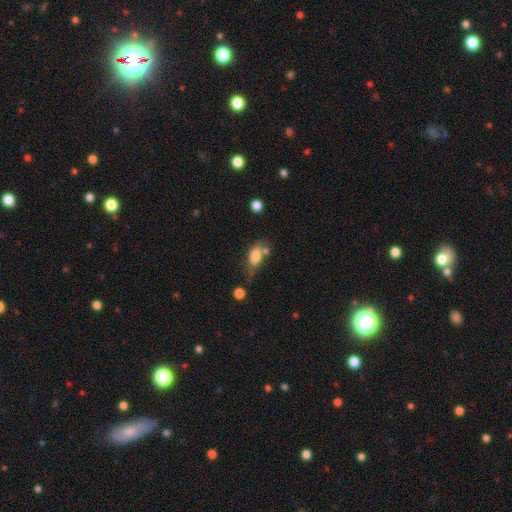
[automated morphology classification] The model was most divided on "merging": none: 47%, minor disturbance: 25%, merger: 17%, major disturbance: 11%. More confident: how rounded — in between (84%); smooth or featured — smooth (74%).